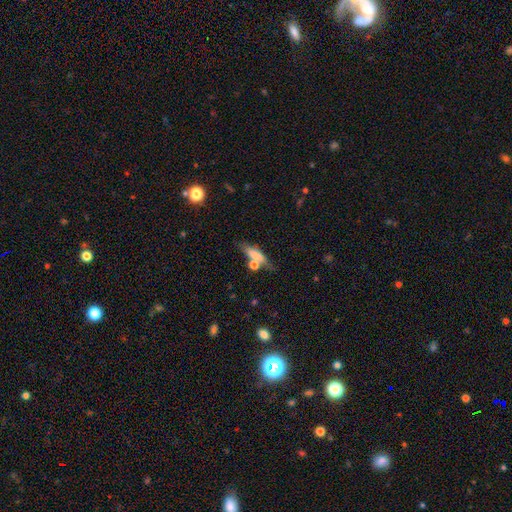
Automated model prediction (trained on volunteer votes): This is likely a smooth galaxy (67%). How rounded: likely cigar-shaped (63%). Merging: possibly none (56%).